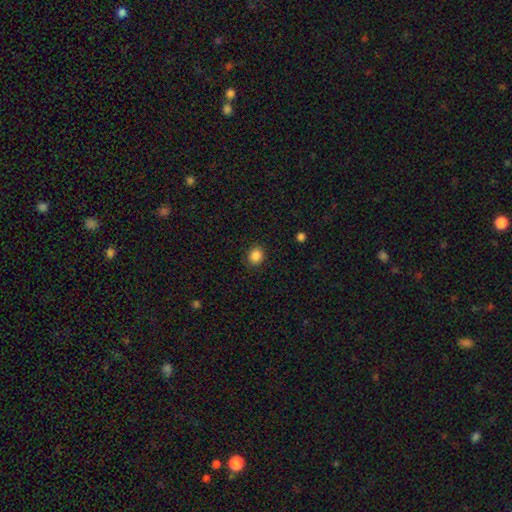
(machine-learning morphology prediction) Overall: smooth (86%). How rounded: round (76%). Merging: none (89%).